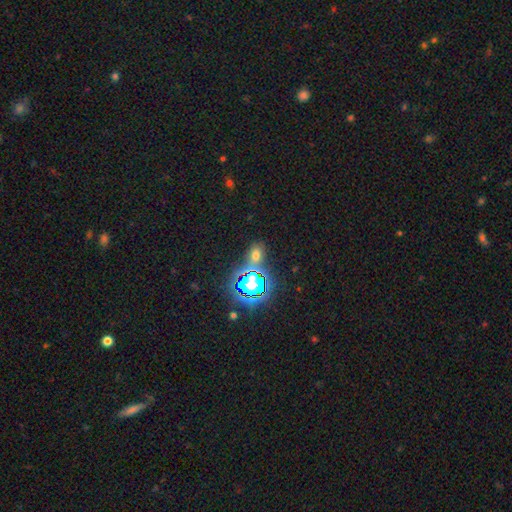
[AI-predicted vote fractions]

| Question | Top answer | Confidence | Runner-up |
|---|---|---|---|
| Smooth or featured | smooth | 49% | star or artifact (42%) |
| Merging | none | 70% | minor disturbance (13%) |